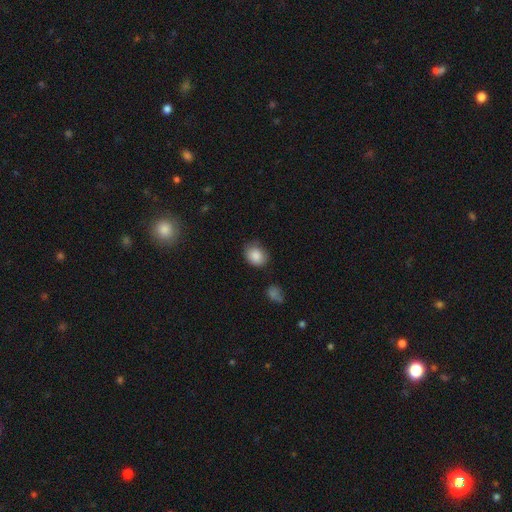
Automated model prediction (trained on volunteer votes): Smooth or featured? Predicted: smooth (p=0.86). How rounded? Predicted: round (p=0.50, tied with in between). Merging? Predicted: none (p=0.73).